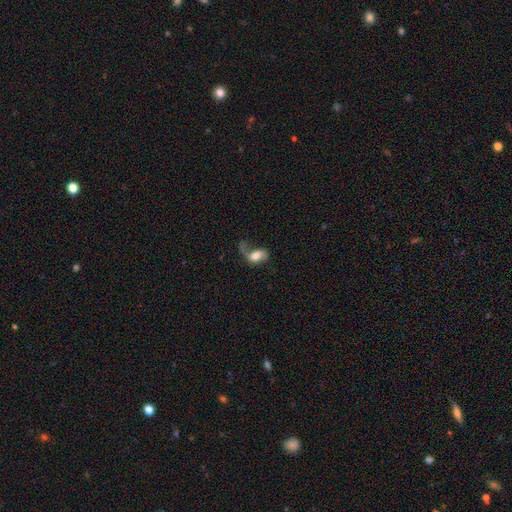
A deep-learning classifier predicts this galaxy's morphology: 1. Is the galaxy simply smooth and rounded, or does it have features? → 50% featured or disk, 41% smooth, 9% star or artifact.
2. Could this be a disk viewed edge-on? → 95% no, 5% yes.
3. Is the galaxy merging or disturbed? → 47% major disturbance, 28% none, 19% minor disturbance, 7% merger.